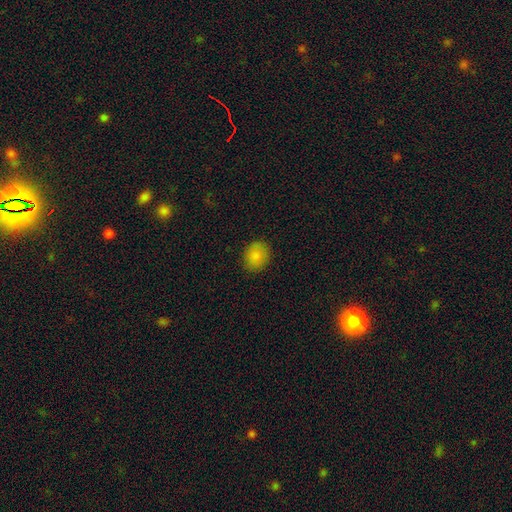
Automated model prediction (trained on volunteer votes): A smooth galaxy with no disk features (84%) that is round (63%).

Vote fractions:
- Smooth or featured? smooth: 84% / star or artifact: 10% / featured or disk: 5%
- How rounded? round: 63% / in between: 36% / cigar-shaped: 1%
- Merging? none: 86% / minor disturbance: 10% / major disturbance: 2% / merger: 1%